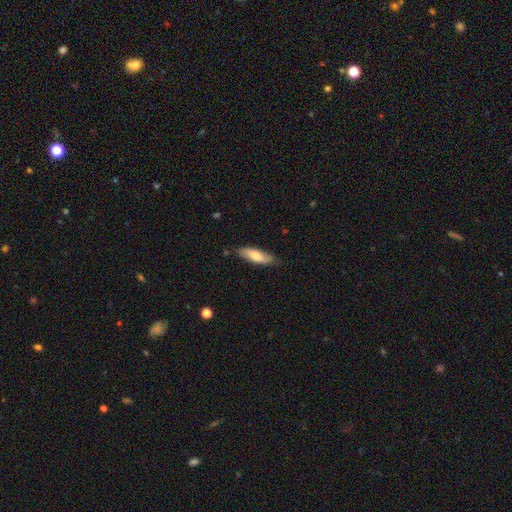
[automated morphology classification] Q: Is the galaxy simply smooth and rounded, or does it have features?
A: smooth — 68%.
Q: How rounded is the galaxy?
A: in between — 51%.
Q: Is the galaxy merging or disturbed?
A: none — 78%.